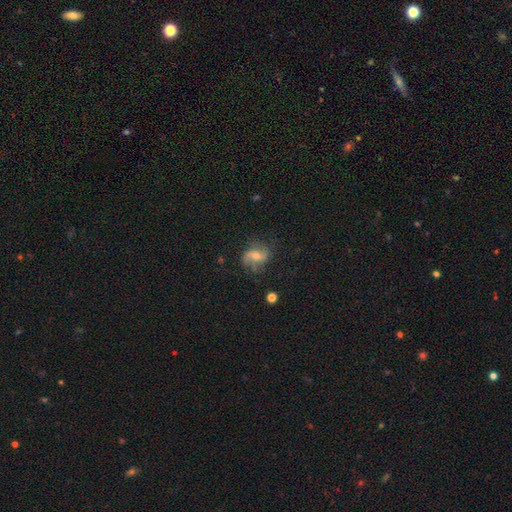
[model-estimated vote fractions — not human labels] smooth_or_featured: featured or disk (p=0.76) [alt: smooth p=0.15]
disk_edge_on: no (p=0.97) [alt: yes p=0.03]
bar: weak (p=0.44) [alt: no p=0.37]
has_spiral_arms: yes (p=0.94) [alt: no p=0.06]
spiral_winding: loose (p=0.54) [alt: medium p=0.35]
spiral_arm_count: 2 (p=0.74) [alt: 3 p=0.08]
bulge_size: moderate (p=0.50) [alt: small p=0.42]
merging: none (p=0.69) [alt: minor disturbance p=0.19]